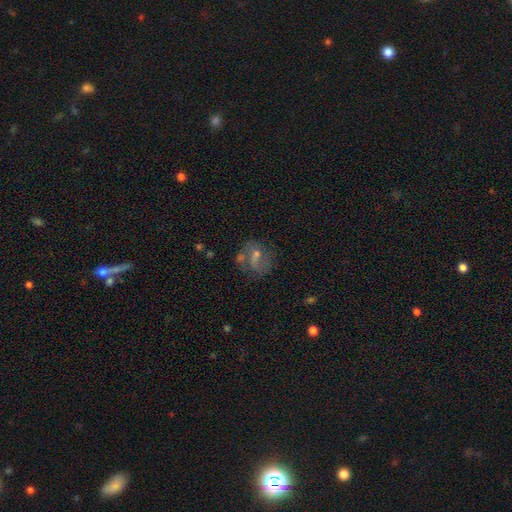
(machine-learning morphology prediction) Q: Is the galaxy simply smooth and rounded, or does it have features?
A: featured or disk — 54%.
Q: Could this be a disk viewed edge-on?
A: no — 96%.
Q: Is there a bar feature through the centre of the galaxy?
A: weak — 45%.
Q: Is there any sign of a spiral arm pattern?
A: yes — 68%.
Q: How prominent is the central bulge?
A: small — 52%.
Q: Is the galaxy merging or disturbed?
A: none — 61%.